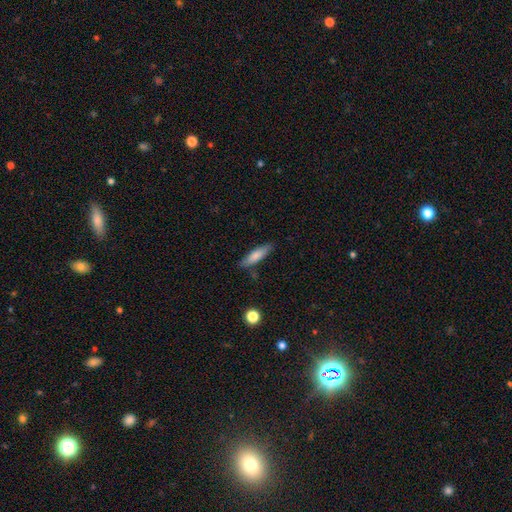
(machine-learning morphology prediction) Q: Smooth or featured?
A: smooth (77%); runner-up: featured or disk (17%)
Q: How rounded?
A: cigar-shaped (67%); runner-up: in between (31%)
Q: Merging?
A: none (81%); runner-up: minor disturbance (13%)